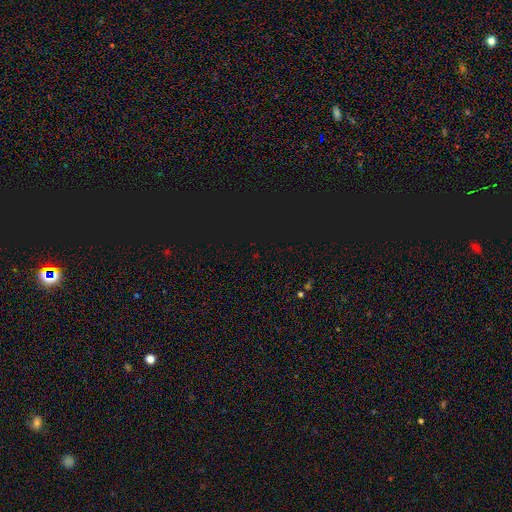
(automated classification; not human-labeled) Q: Smooth or featured?
A: star or artifact (77%); runner-up: smooth (16%)